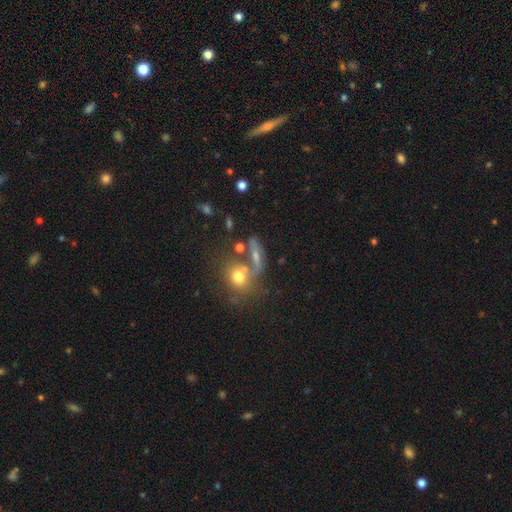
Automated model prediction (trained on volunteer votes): smooth-or-featured: smooth: 50% | featured or disk: 28% | star or artifact: 22%
  how-rounded: round: 72% | in between: 24% | cigar-shaped: 4%
  merging: none: 42% | merger: 36% | minor disturbance: 11% | major disturbance: 10%